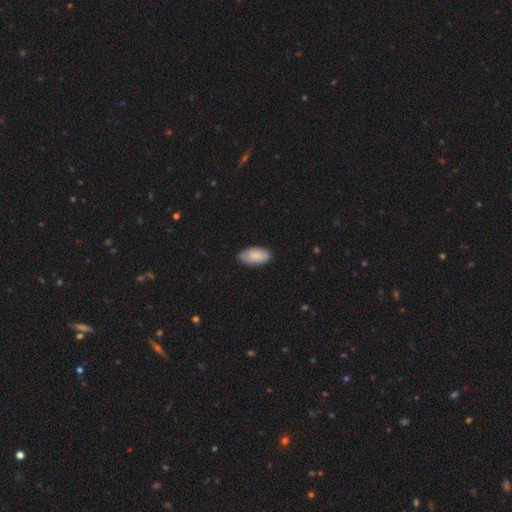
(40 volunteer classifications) Smooth or featured?
  - smooth: 70% *
  - featured or disk: 22%
  - star or artifact: 8%
How rounded?
  - in between: 100% *
  - round: 0%
  - cigar-shaped: 0%
Merging?
  - none: 76% *
  - minor disturbance: 22%
  - major disturbance: 3%
  - merger: 0%